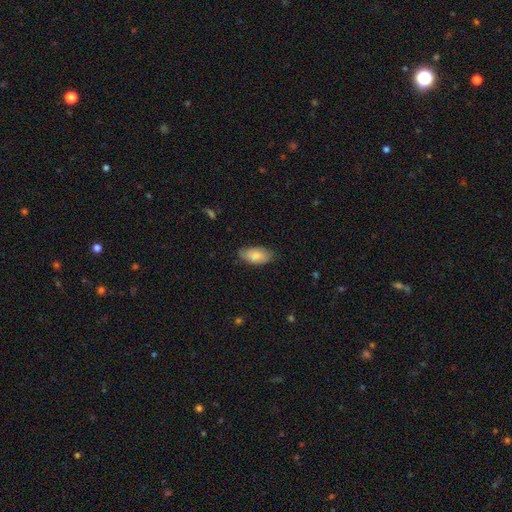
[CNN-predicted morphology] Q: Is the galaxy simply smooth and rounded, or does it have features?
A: smooth — 73%.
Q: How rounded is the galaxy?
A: in between — 93%.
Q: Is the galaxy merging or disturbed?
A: none — 70%.